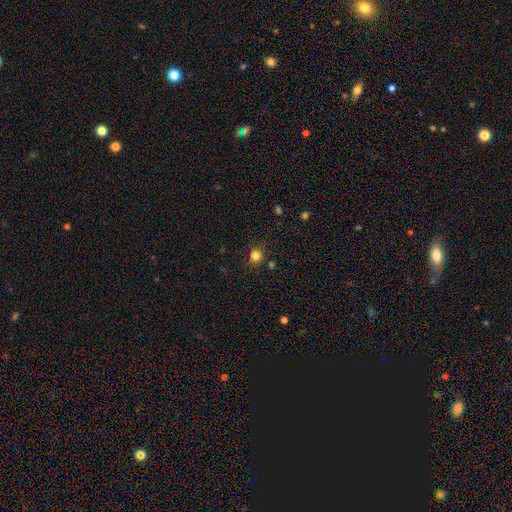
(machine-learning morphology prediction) This appears to be a smooth galaxy with no disk features (81%) that is round (86%). Merging: none (86%).